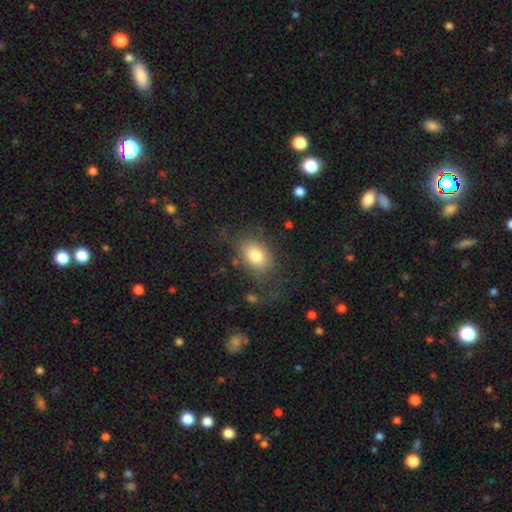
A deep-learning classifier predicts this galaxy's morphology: Smooth or featured? Predicted: smooth (p=0.76). How rounded? Predicted: in between (p=0.74). Merging? Predicted: none (p=0.61).